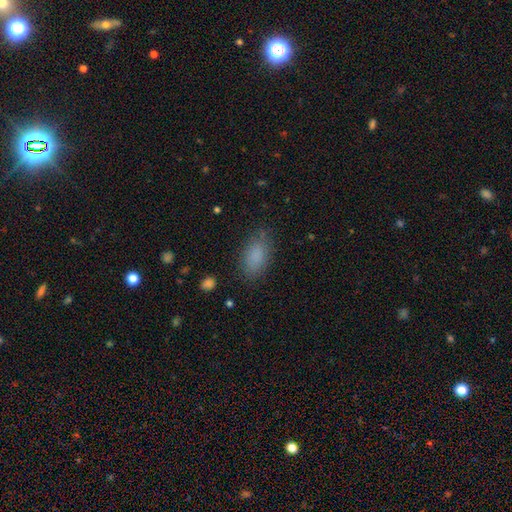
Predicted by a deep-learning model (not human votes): Smooth or featured: smooth — 85% (star or artifact — 9%)
How rounded: in between — 90% (round — 6%)
Merging: none — 80% (minor disturbance — 14%)